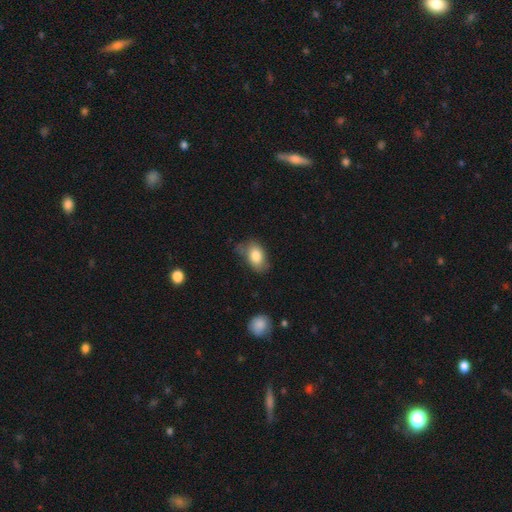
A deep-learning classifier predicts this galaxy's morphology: type=smooth (80%); roundness=in between (89%); merging=none (59%).